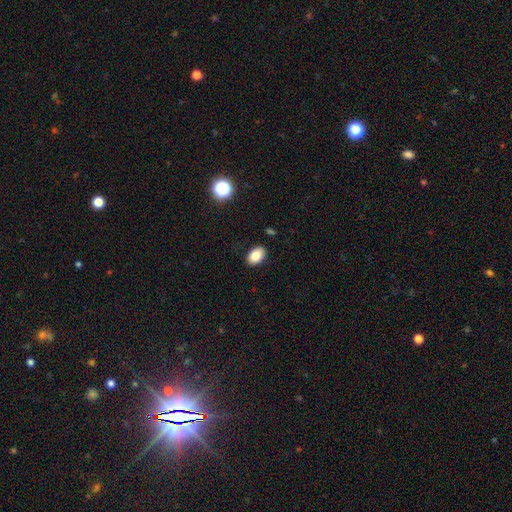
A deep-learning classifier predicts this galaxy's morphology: A smooth galaxy with no disk features (83%) that is in between round and cigar-shaped (87%).

Vote fractions:
- Smooth or featured? smooth: 83% / star or artifact: 9% / featured or disk: 8%
- How rounded? in between: 87% / round: 12% / cigar-shaped: 1%
- Merging? none: 88% / minor disturbance: 8% / major disturbance: 2% / merger: 1%